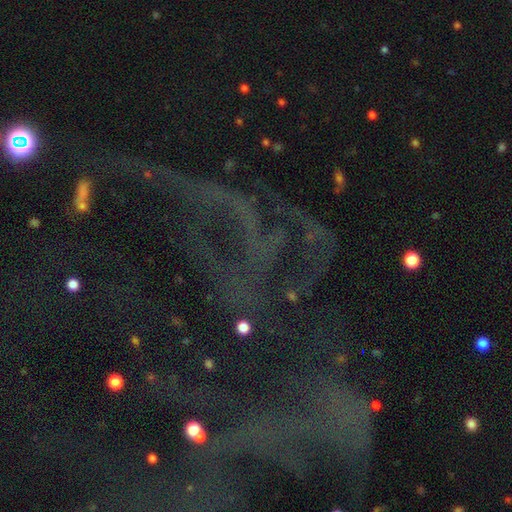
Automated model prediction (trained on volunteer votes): The model was most divided on "smooth or featured": star or artifact: 64%, featured or disk: 23%, smooth: 12%.